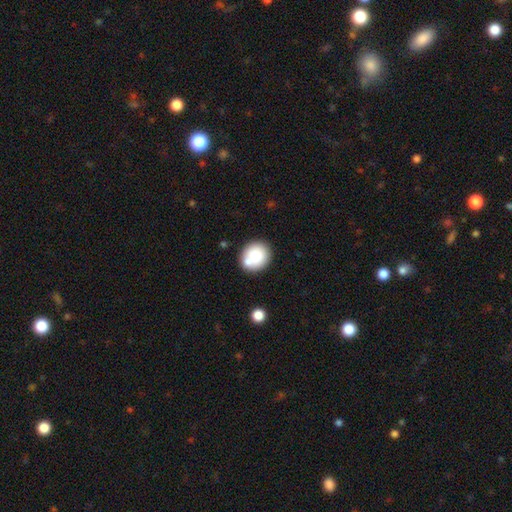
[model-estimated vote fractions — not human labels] A smooth galaxy with no disk features (79%) that is round (76%). Merging: none (66%).